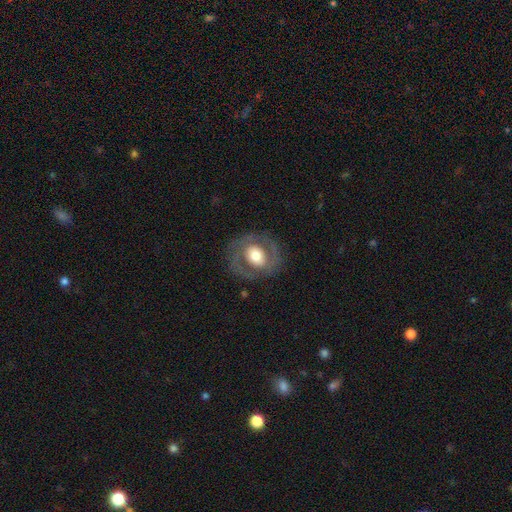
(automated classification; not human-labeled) featured or disk 59%, smooth 34%, star or artifact 7%. Down the decision tree: edge-on disk — no (96%); bar — no (61%); spiral arms — no (53%); bulge size — moderate (52%); merging — none (77%).